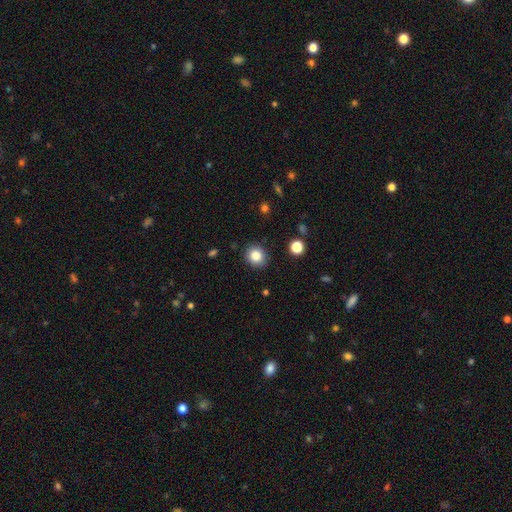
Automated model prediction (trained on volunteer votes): Q: Smooth or featured?
A: smooth (84%); runner-up: star or artifact (10%)
Q: How rounded?
A: round (83%); runner-up: in between (16%)
Q: Merging?
A: none (87%); runner-up: minor disturbance (9%)